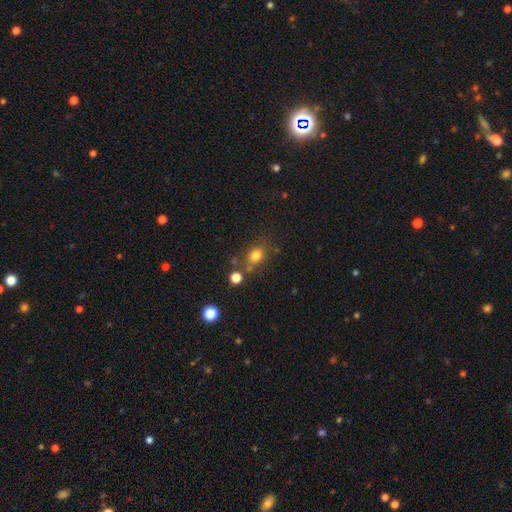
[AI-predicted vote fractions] Smooth or featured?
  - smooth: 78% *
  - star or artifact: 14%
  - featured or disk: 8%
How rounded?
  - round: 62% *
  - in between: 37%
  - cigar-shaped: 1%
Merging?
  - none: 68% *
  - minor disturbance: 15%
  - merger: 11%
  - major disturbance: 6%